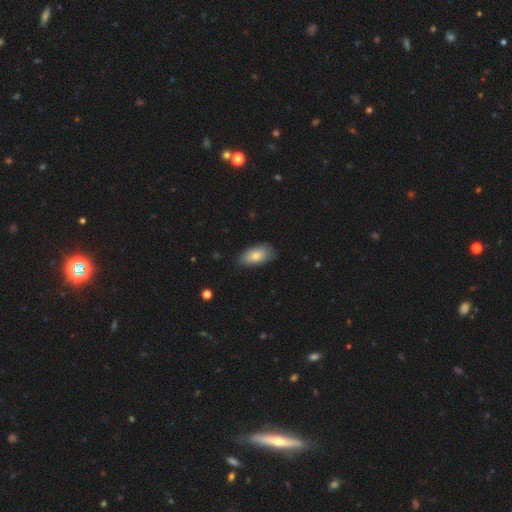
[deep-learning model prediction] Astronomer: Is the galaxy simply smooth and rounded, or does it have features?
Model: smooth — 81%.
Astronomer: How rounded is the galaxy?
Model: in between — 92%.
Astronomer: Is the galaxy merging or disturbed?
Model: none — 80%.